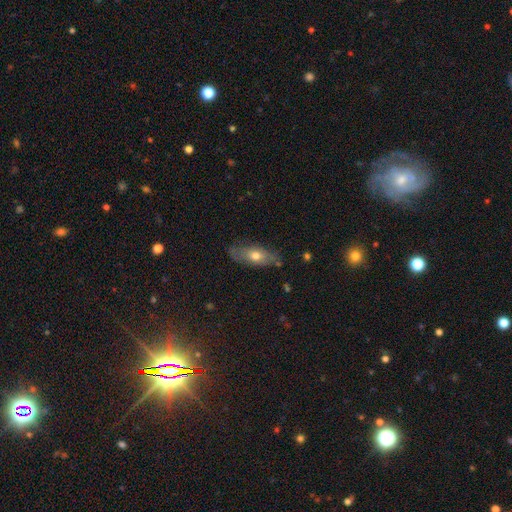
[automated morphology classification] A smooth galaxy with no disk features (58%) that is in between round and cigar-shaped (77%).

Vote fractions:
- Smooth or featured? smooth: 58% / featured or disk: 36% / star or artifact: 7%
- How rounded? in between: 77% / cigar-shaped: 19% / round: 4%
- Merging? none: 70% / minor disturbance: 22% / major disturbance: 6% / merger: 3%